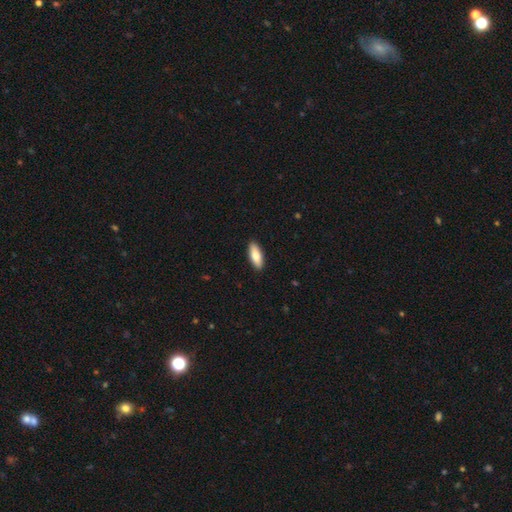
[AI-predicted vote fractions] Q: Smooth or featured?
A: smooth (81%); runner-up: featured or disk (14%)
Q: How rounded?
A: in between (69%); runner-up: cigar-shaped (29%)
Q: Merging?
A: none (91%); runner-up: minor disturbance (6%)